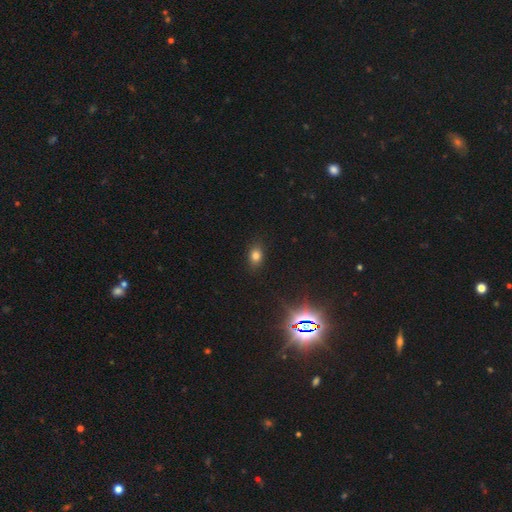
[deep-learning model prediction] Overall: smooth (77%). How rounded: in between (72%). Merging: none (85%).